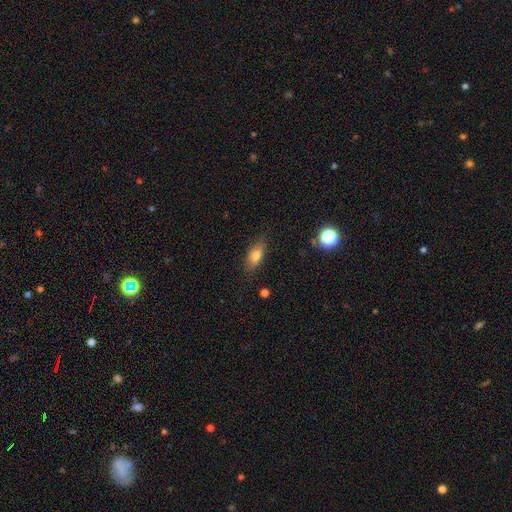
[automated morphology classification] Smooth or featured? smooth (75%)
How rounded? in between (79%)
Merging? none (81%)